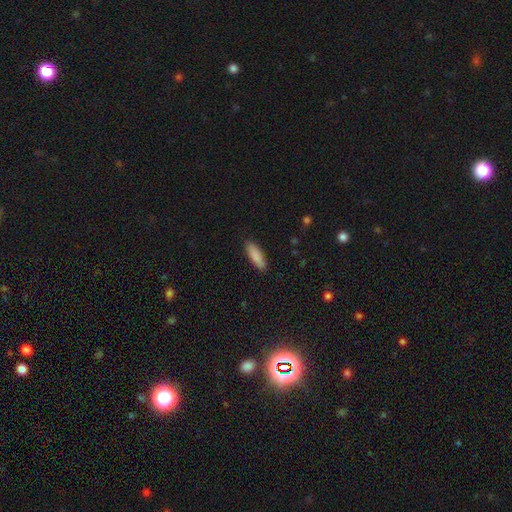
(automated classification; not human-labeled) Q: Smooth or featured?
A: smooth (87%); runner-up: featured or disk (7%)
Q: How rounded?
A: in between (53%); runner-up: cigar-shaped (45%)
Q: Merging?
A: none (88%); runner-up: minor disturbance (9%)